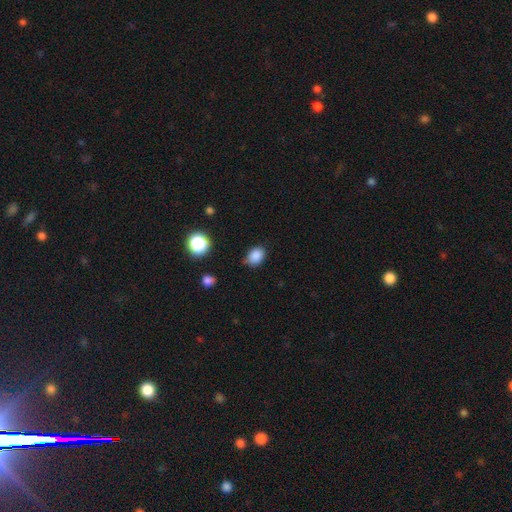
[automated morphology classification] Q: Smooth or featured?
A: smooth (86%); runner-up: star or artifact (11%)
Q: How rounded?
A: in between (67%); runner-up: round (32%)
Q: Merging?
A: none (71%); runner-up: minor disturbance (23%)